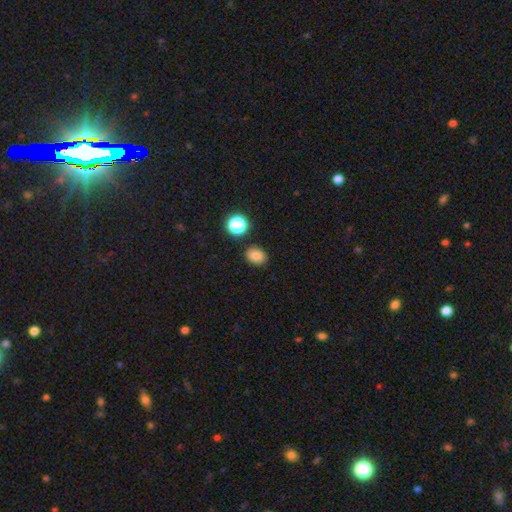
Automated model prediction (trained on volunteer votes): smooth_or_featured: smooth (p=0.82) [alt: star or artifact p=0.13]
how_rounded: in between (p=0.57) [alt: round p=0.42]
merging: none (p=0.85) [alt: minor disturbance p=0.09]